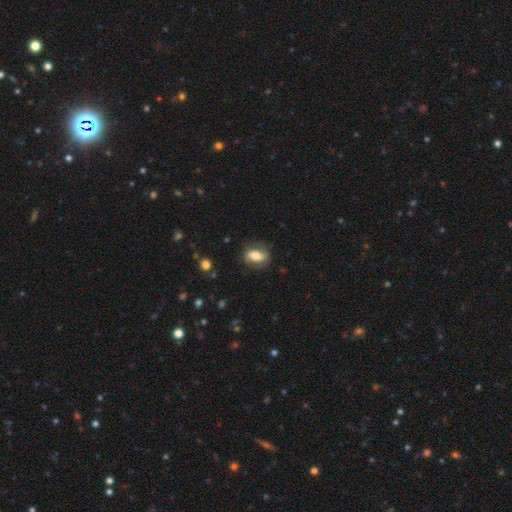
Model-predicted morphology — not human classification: A smooth galaxy with no disk features (54%) that is in between round and cigar-shaped (75%). Merging: none (74%).